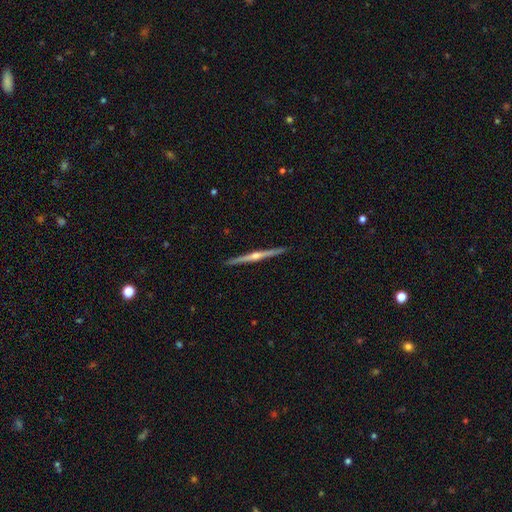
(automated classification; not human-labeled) The model was most divided on "smooth or featured": featured or disk: 83%, smooth: 12%, star or artifact: 5%. More confident: edge-on disk — yes (99%); merging — none (93%); edge-on bulge — rounded (90%).